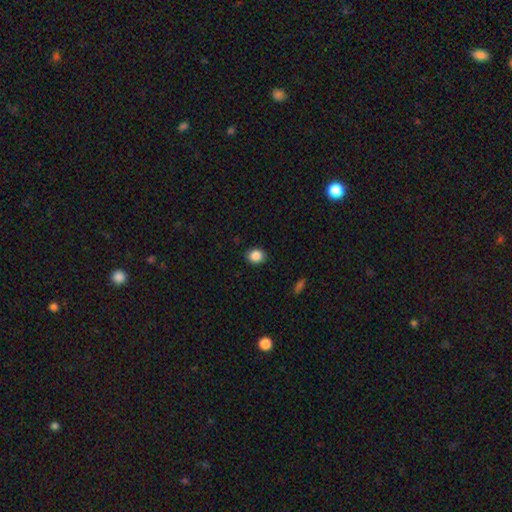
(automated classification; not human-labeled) smooth_or_featured: smooth (p=0.87) [alt: star or artifact p=0.09]
how_rounded: round (p=0.65) [alt: in between p=0.34]
merging: none (p=0.90) [alt: minor disturbance p=0.07]